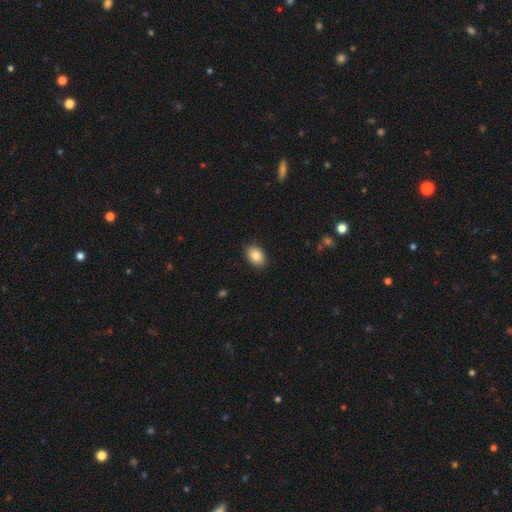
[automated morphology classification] A smooth galaxy with no disk features (86%) that is in between round and cigar-shaped (80%). Merging: none (89%).